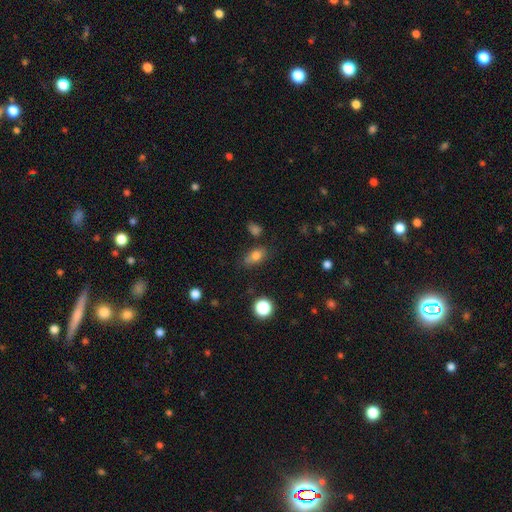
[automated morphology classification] Smooth or featured: smooth — 78% (star or artifact — 12%)
How rounded: in between — 82% (round — 13%)
Merging: none — 70% (minor disturbance — 19%)